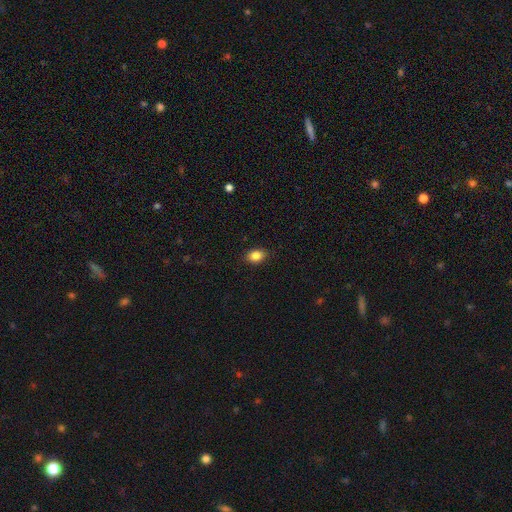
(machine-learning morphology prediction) Smooth or featured?
  - smooth: 86% *
  - star or artifact: 9%
  - featured or disk: 5%
How rounded?
  - in between: 74% *
  - round: 25%
  - cigar-shaped: 1%
Merging?
  - none: 87% *
  - minor disturbance: 9%
  - major disturbance: 2%
  - merger: 1%